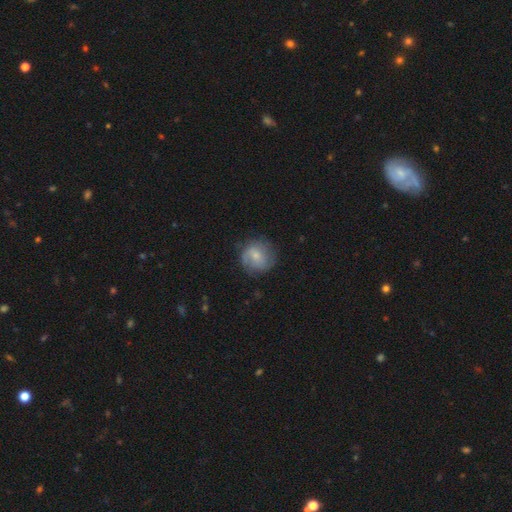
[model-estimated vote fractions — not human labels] Morphology: type=smooth (49%); merging=none (69%).